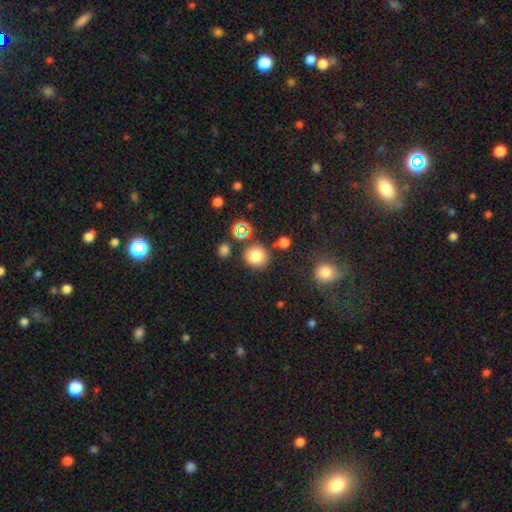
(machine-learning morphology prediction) Overall: smooth (79%). How rounded: round (88%). Merging: none (80%).